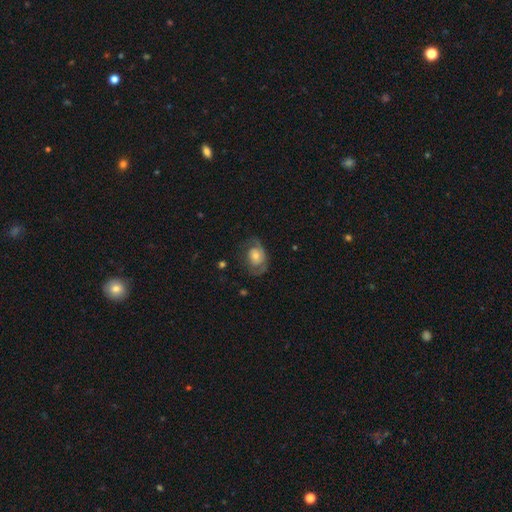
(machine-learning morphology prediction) A featured or disk galaxy (53%) with no bar (76%), spiral arms (73%) and a moderate central bulge (47%). Merging: none (54%).